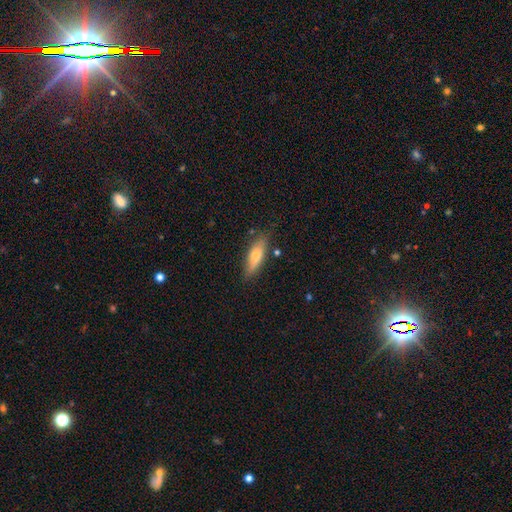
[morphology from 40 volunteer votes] A smooth galaxy with no disk features (60%) that is cigar-shaped (71%). Merging: none (75%).